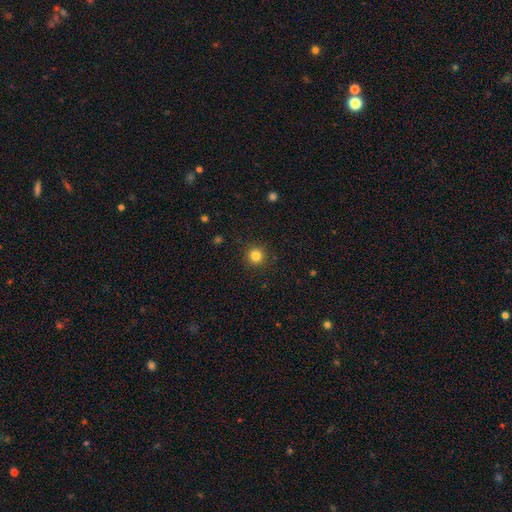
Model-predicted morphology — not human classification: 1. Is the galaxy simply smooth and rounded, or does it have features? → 83% smooth, 12% star or artifact, 5% featured or disk.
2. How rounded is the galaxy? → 95% round, 4% in between, 1% cigar-shaped.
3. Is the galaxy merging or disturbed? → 91% none, 5% minor disturbance, 2% major disturbance, 1% merger.